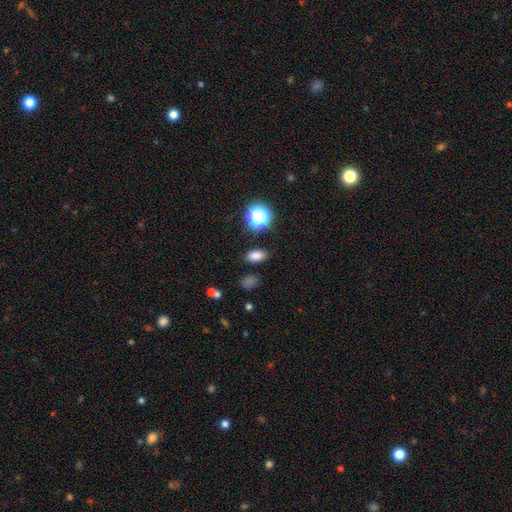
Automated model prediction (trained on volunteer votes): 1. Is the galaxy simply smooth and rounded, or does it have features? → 80% smooth, 15% star or artifact, 4% featured or disk.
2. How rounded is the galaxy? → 85% in between, 12% round, 3% cigar-shaped.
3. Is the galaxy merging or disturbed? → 87% none, 8% minor disturbance, 3% major disturbance, 2% merger.